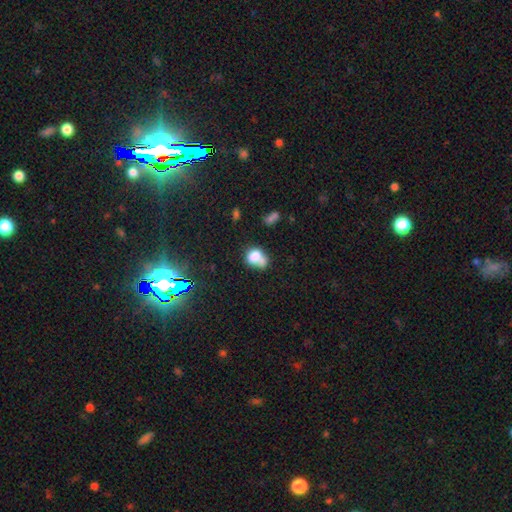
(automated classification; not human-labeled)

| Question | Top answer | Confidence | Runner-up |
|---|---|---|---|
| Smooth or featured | smooth | 73% | featured or disk (16%) |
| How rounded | in between | 53% | round (46%) |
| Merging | merger | 51% | none (26%) |